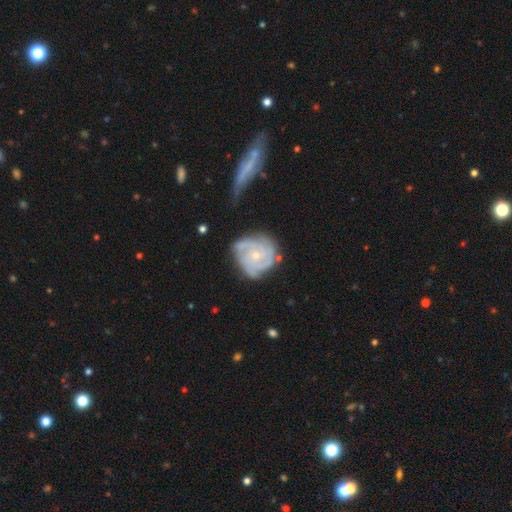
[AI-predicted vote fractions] A featured or disk galaxy (84%) with no bar (76%), 3 (41%) tight (67%) spiral arms (96%) and a small central bulge (66%).

Vote fractions:
- Smooth or featured? featured or disk: 84% / smooth: 11% / star or artifact: 5%
- Edge-on disk? no: 98% / yes: 2%
- Bar? no: 76% / weak: 21% / strong: 4%
- Spiral arms? yes: 96% / no: 4%
- Spiral winding? tight: 67% / medium: 27% / loose: 6%
- Spiral arm count? 3: 41% / 4: 19% / can't tell: 18% / 2: 12% / more than 4: 5% / 1: 5%
- Bulge size? small: 66% / moderate: 29% / none: 2% / large: 1% / dominant: 1%
- Merging? none: 62% / minor disturbance: 24% / major disturbance: 10% / merger: 4%